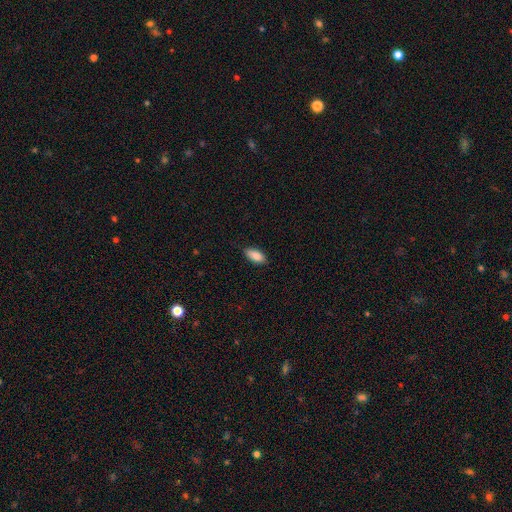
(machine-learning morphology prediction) Smooth or featured? smooth (87%)
How rounded? in between (87%)
Merging? none (83%)